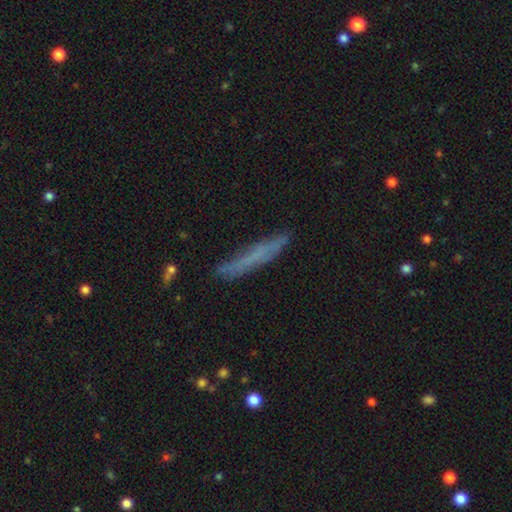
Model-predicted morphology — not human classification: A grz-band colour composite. It shows a smooth galaxy with no disk features (58%) that is cigar-shaped (94%). Merging: none (81%).